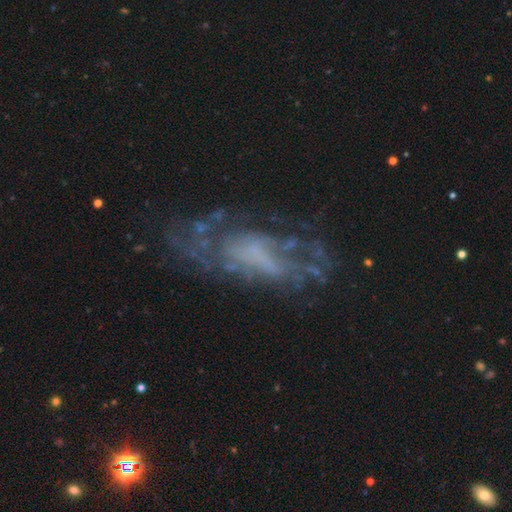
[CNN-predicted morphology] Overall: featured or disk (70%). Edge-on disk: no (91%). Bar: no (66%). Spiral arms: yes (58%; no 42%). Bulge size: none (63%). Merging: none (52%; major disturbance 24%).